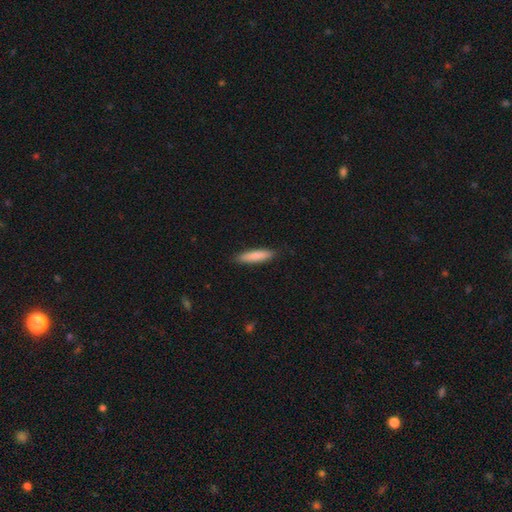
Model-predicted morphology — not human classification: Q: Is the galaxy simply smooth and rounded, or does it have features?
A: smooth — 83%.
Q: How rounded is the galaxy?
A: cigar-shaped — 78%.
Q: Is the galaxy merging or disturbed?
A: none — 88%.